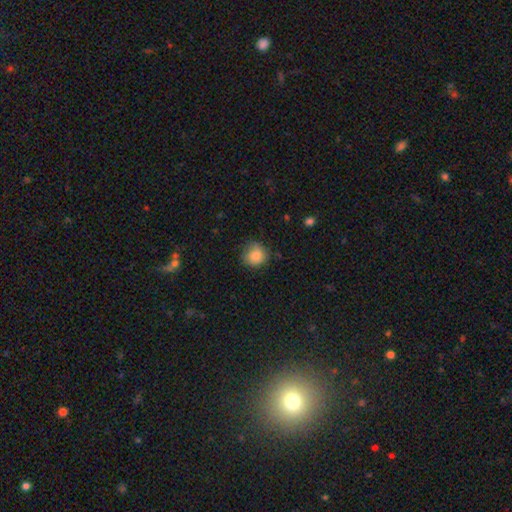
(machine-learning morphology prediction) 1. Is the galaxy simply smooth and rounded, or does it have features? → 84% smooth, 9% star or artifact, 7% featured or disk.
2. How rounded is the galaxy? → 82% round, 17% in between, 1% cigar-shaped.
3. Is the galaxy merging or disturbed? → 65% none, 27% minor disturbance, 7% major disturbance, 2% merger.